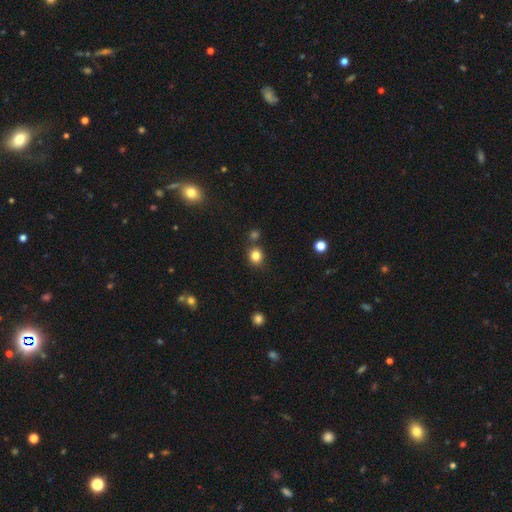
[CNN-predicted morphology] Smooth or featured? smooth (82%)
How rounded? round (79%)
Merging? none (78%)